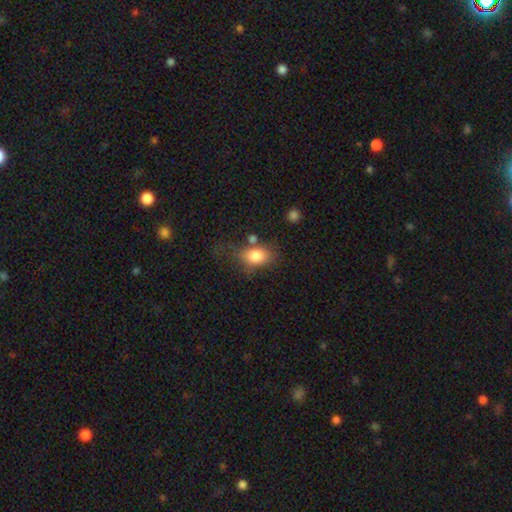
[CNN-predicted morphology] smooth_or_featured: smooth (p=0.81) [alt: featured or disk p=0.10]
how_rounded: in between (p=0.72) [alt: round p=0.26]
merging: none (p=0.51) [alt: minor disturbance p=0.23]